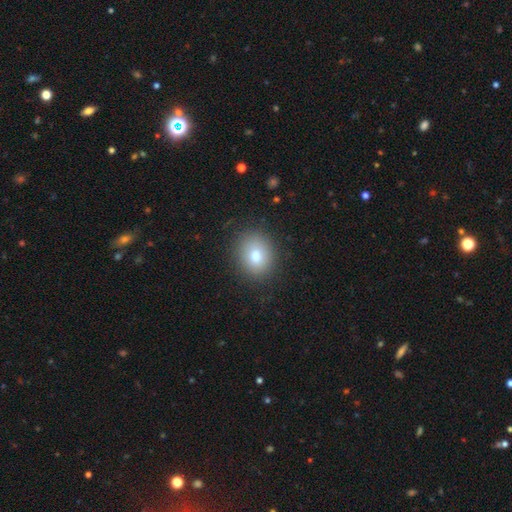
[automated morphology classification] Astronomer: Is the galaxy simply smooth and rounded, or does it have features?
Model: smooth — 78%.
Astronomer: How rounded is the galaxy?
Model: round — 68%.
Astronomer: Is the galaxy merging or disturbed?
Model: none — 86%.